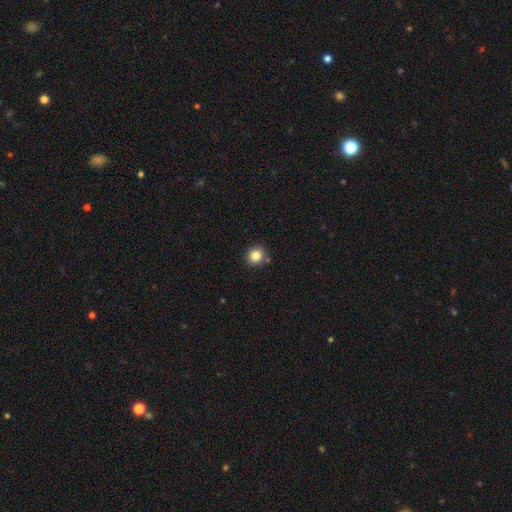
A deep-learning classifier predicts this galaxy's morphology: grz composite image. It shows a smooth galaxy with no disk features (85%) that is round (80%). Merging: none (83%).